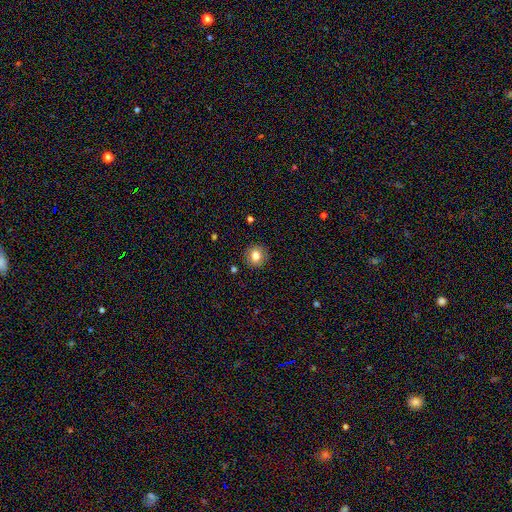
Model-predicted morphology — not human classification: smooth_or_featured: smooth (p=0.80) [alt: star or artifact p=0.10]
how_rounded: round (p=0.90) [alt: in between p=0.09]
merging: none (p=0.90) [alt: minor disturbance p=0.07]